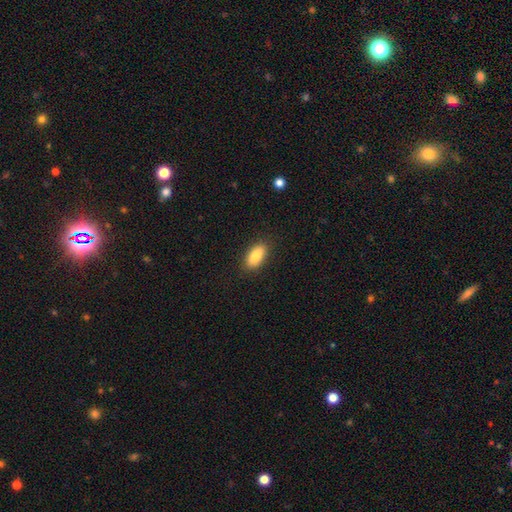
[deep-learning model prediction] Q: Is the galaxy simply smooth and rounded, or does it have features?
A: smooth — 85%.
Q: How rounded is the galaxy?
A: in between — 87%.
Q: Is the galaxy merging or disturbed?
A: none — 88%.